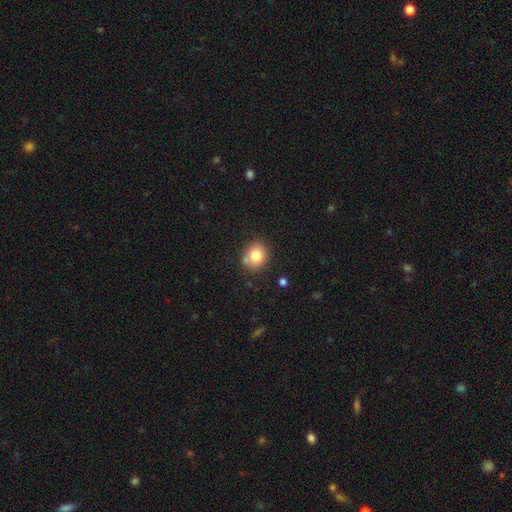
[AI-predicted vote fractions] Overall: smooth (79%). How rounded: round (72%). Merging: none (75%).